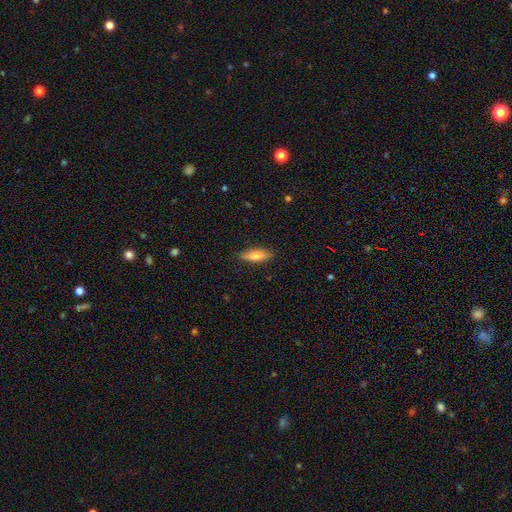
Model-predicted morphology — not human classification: Smooth or featured?
  - smooth: 68% *
  - featured or disk: 26%
  - star or artifact: 6%
How rounded?
  - cigar-shaped: 50% *
  - in between: 47%
  - round: 2%
Merging?
  - none: 88% *
  - minor disturbance: 9%
  - major disturbance: 2%
  - merger: 1%